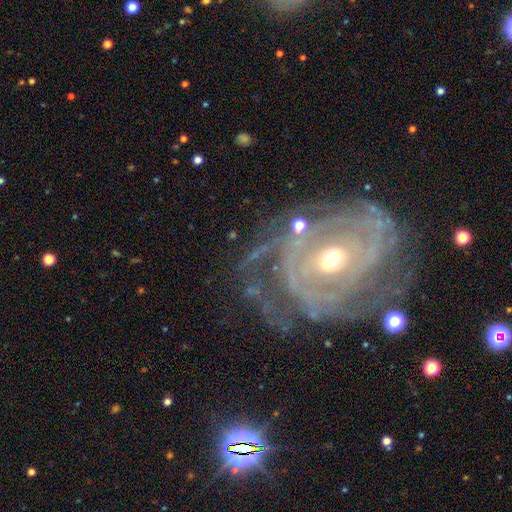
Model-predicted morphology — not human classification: smooth_or_featured: featured or disk (p=0.89) [alt: star or artifact p=0.06]
disk_edge_on: no (p=0.97) [alt: yes p=0.03]
bar: no (p=0.54) [alt: weak p=0.31]
has_spiral_arms: yes (p=0.96) [alt: no p=0.04]
spiral_winding: tight (p=0.75) [alt: medium p=0.20]
spiral_arm_count: can't tell (p=0.30) [alt: 2 p=0.19]
bulge_size: small (p=0.49) [alt: moderate p=0.47]
merging: none (p=0.62) [alt: minor disturbance p=0.21]